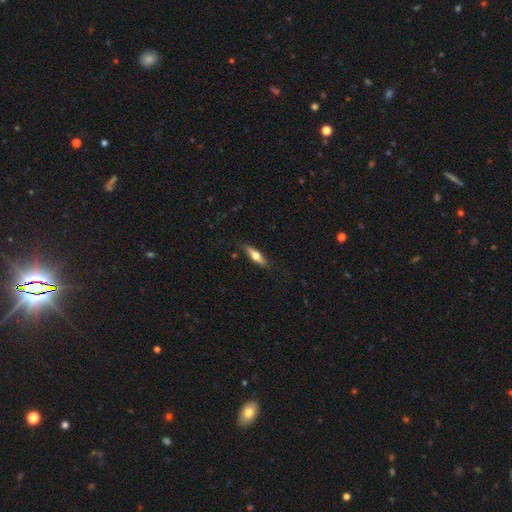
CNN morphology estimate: smooth_or_featured: smooth (p=0.49) [alt: featured or disk p=0.45]
merging: none (p=0.85) [alt: minor disturbance p=0.12]